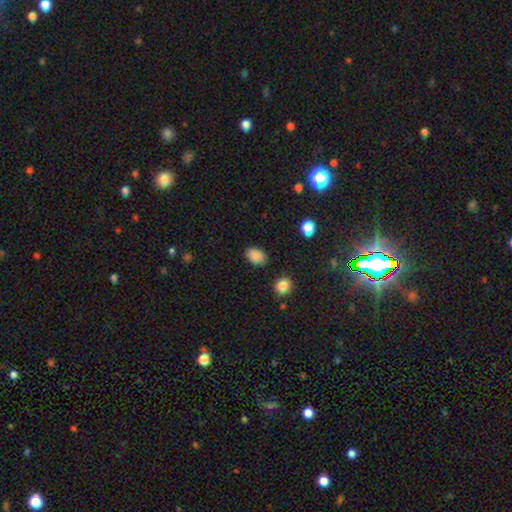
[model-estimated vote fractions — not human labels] A smooth galaxy with no disk features (88%) that is in between round and cigar-shaped (85%). Merging: none (84%).